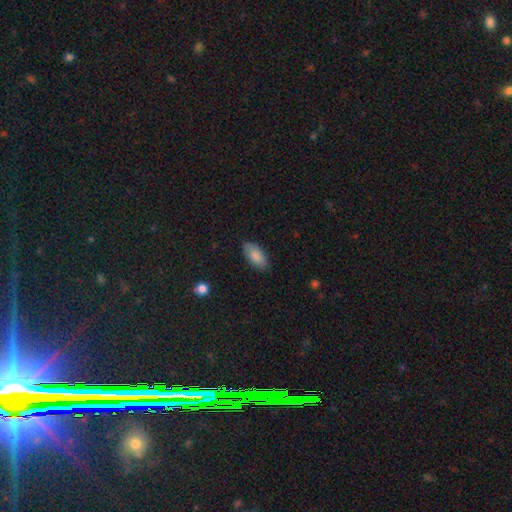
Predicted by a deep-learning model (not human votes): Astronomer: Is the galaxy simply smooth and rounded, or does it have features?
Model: smooth — 86%.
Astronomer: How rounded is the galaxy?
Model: in between — 91%.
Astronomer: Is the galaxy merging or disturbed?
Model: none — 82%.